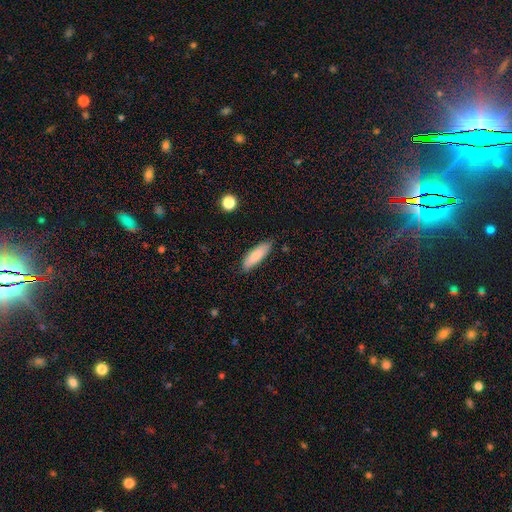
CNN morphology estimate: Smooth or featured? Predicted: smooth (p=0.83). How rounded? Predicted: cigar-shaped (p=0.53). Merging? Predicted: none (p=0.83).